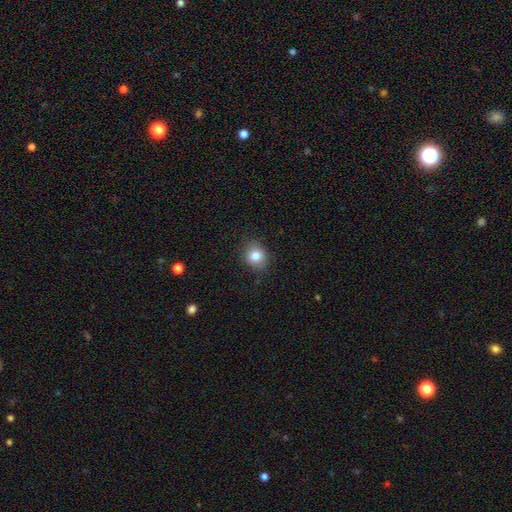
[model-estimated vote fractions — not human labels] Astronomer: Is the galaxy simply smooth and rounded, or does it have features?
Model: smooth — 81%.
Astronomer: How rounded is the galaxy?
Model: round — 68%.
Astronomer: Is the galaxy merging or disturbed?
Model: none — 85%.